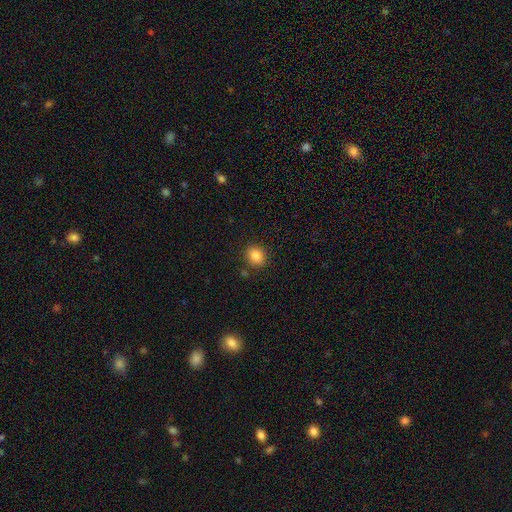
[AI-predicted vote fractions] Smooth or featured: smooth — 84% (star or artifact — 10%)
How rounded: round — 66% (in between — 33%)
Merging: none — 85% (minor disturbance — 9%)